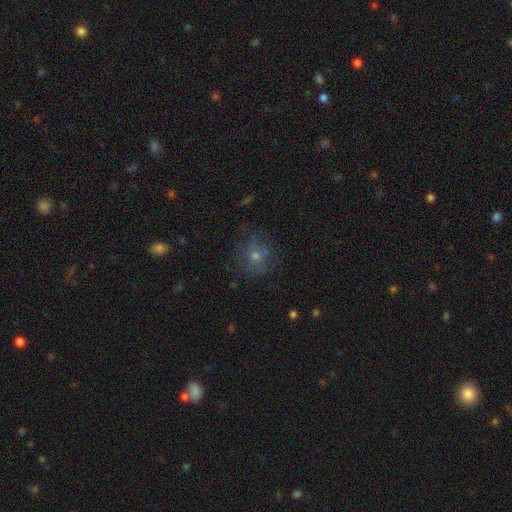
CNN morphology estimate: smooth 50%, featured or disk 28%, star or artifact 23%. Down the decision tree: merging — none (74%).